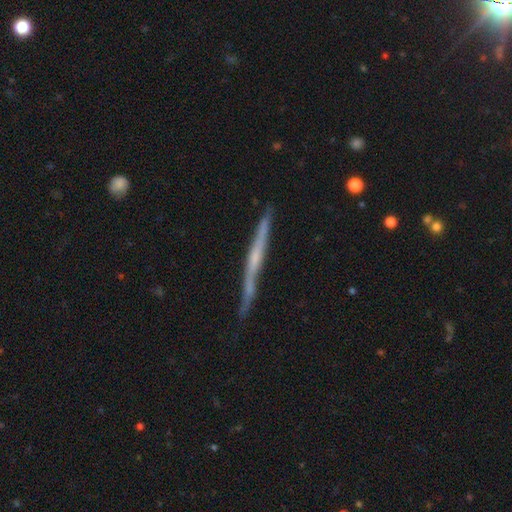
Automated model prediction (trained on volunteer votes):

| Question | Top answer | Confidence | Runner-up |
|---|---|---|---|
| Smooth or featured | featured or disk | 67% | smooth (27%) |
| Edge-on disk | yes | 96% | no (4%) |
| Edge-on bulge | none | 67% | rounded (24%) |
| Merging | none | 78% | minor disturbance (17%) |